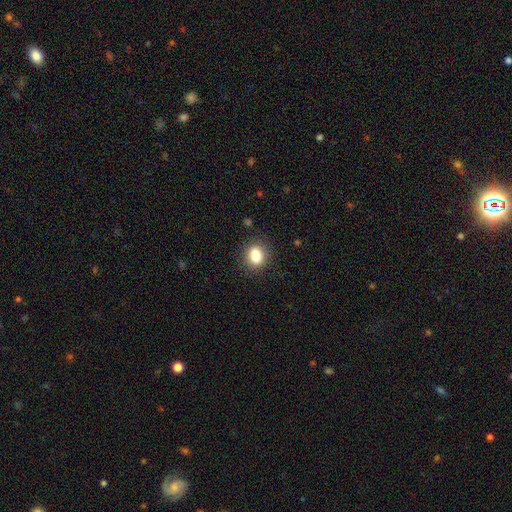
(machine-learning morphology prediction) type=smooth (84%); roundness=in between (61%); merging=none (86%).